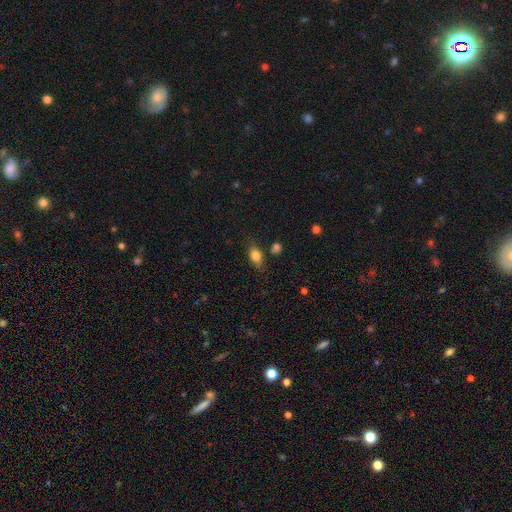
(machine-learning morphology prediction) Smooth or featured?
  - smooth: 80% *
  - featured or disk: 11%
  - star or artifact: 9%
How rounded?
  - in between: 82% *
  - round: 13%
  - cigar-shaped: 6%
Merging?
  - none: 74% *
  - minor disturbance: 17%
  - merger: 5%
  - major disturbance: 4%